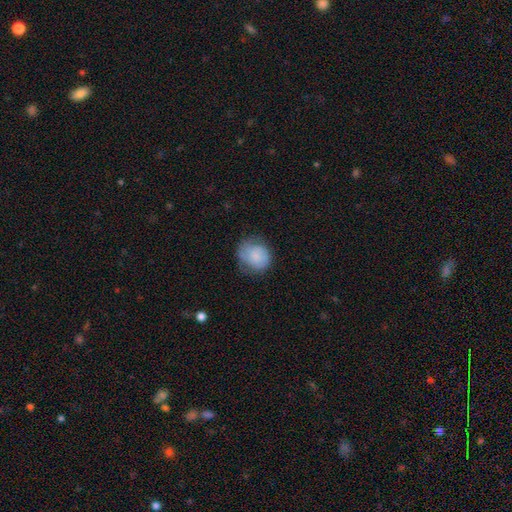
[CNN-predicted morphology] This is likely a smooth galaxy (69%). How rounded: likely round (72%). Merging: likely none (60%).